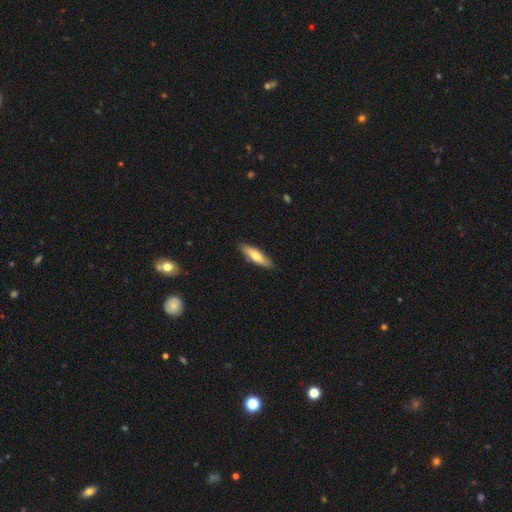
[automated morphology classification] Smooth or featured? Predicted: smooth (p=0.63). How rounded? Predicted: cigar-shaped (p=0.67). Merging? Predicted: none (p=0.88).